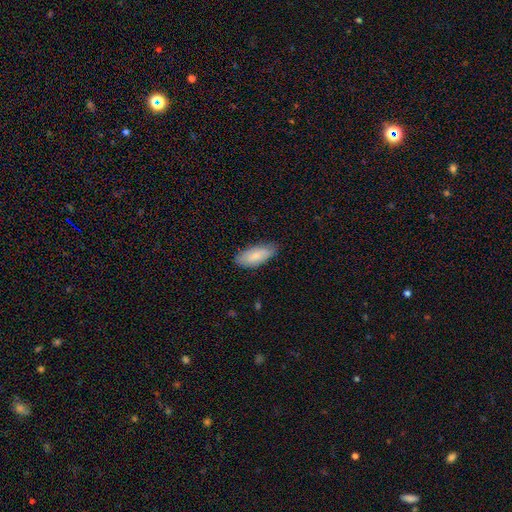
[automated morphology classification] Smooth or featured?
  - smooth: 83% *
  - featured or disk: 11%
  - star or artifact: 6%
How rounded?
  - in between: 84% *
  - cigar-shaped: 14%
  - round: 2%
Merging?
  - none: 80% *
  - minor disturbance: 17%
  - major disturbance: 3%
  - merger: 1%